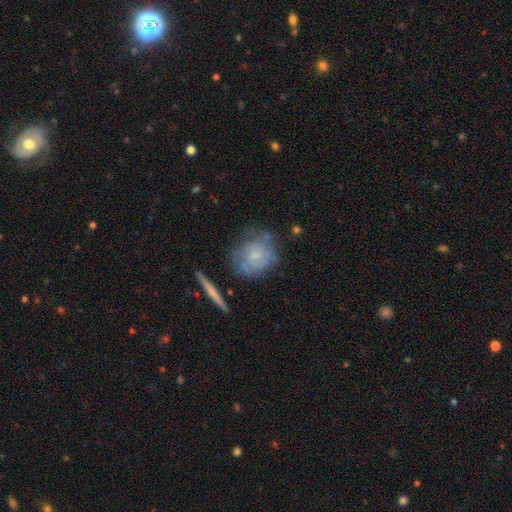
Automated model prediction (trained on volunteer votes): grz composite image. It shows a featured or disk galaxy (56%) with no bar (72%), spiral arms (73%) and a small central bulge (55%). Merging: none (62%).